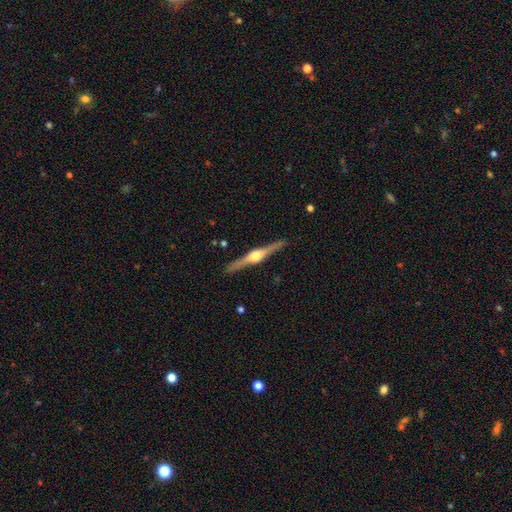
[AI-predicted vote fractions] smooth-or-featured: featured or disk: 85% | smooth: 11% | star or artifact: 5%
  disk-edge-on: yes: 98% | no: 2%
    edge-on-bulge: rounded: 94% | boxy: 4% | none: 2%
  merging: none: 91% | minor disturbance: 6% | major disturbance: 1% | merger: 1%